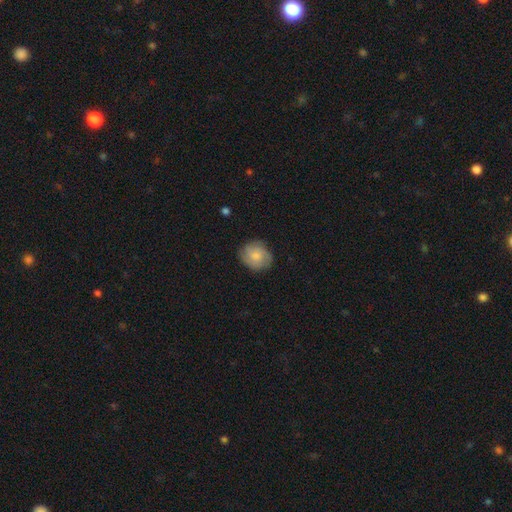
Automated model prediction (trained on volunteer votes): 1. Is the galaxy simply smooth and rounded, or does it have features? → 57% smooth, 36% featured or disk, 7% star or artifact.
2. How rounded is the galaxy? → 75% round, 24% in between, 1% cigar-shaped.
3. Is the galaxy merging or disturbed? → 80% none, 15% minor disturbance, 4% major disturbance, 1% merger.